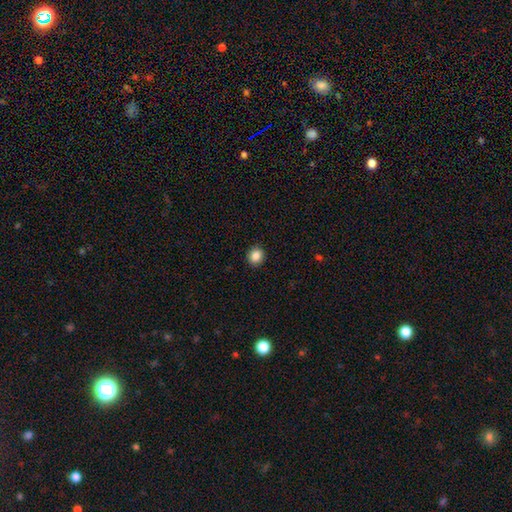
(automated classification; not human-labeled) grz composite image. It shows a smooth galaxy with no disk features (87%) that is round (80%). Merging: none (91%).